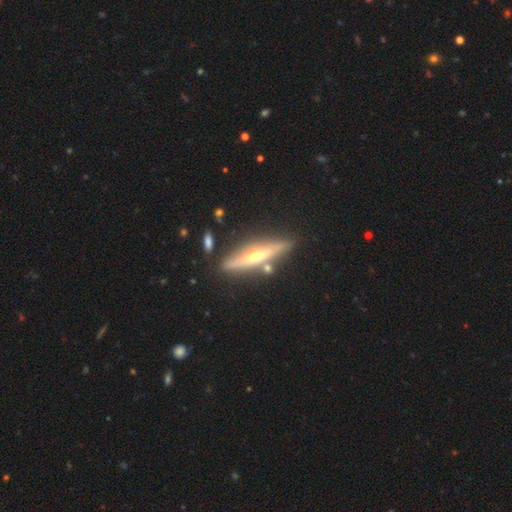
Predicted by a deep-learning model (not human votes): Overall: featured or disk (69%). Edge-on disk: yes (89%). Edge-on bulge: rounded (84%). Merging: none (78%).